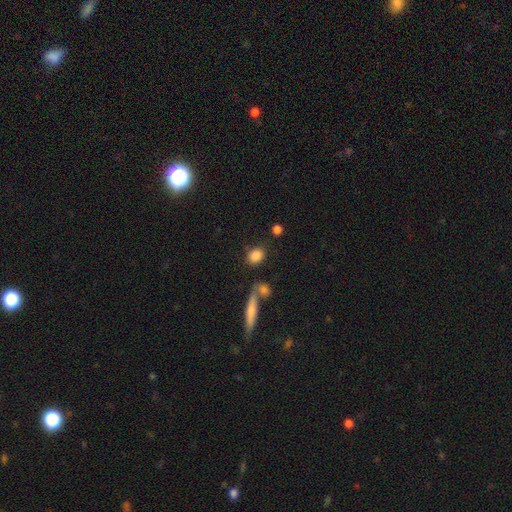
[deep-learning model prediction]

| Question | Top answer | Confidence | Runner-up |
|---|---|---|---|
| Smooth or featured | smooth | 85% | star or artifact (8%) |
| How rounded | in between | 50% | round (46%) |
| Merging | none | 73% | minor disturbance (12%) |